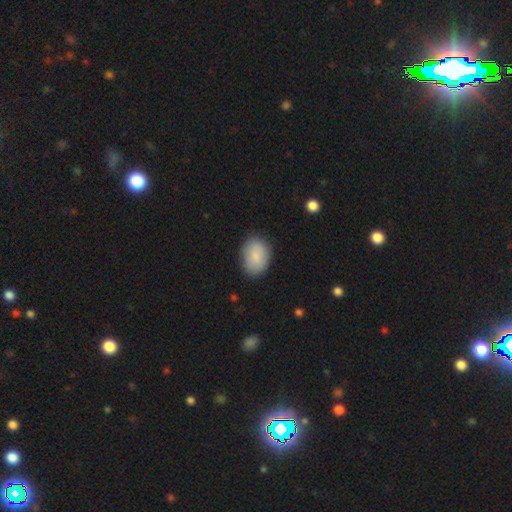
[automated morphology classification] This is clearly a smooth galaxy (86%). How rounded: likely in between (77%). Merging: clearly none (84%).